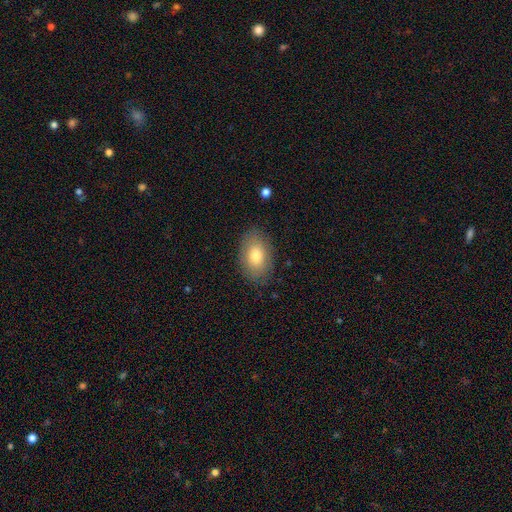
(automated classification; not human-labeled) Smooth or featured: smooth — 77% (featured or disk — 16%)
How rounded: in between — 89% (round — 10%)
Merging: none — 84% (minor disturbance — 12%)